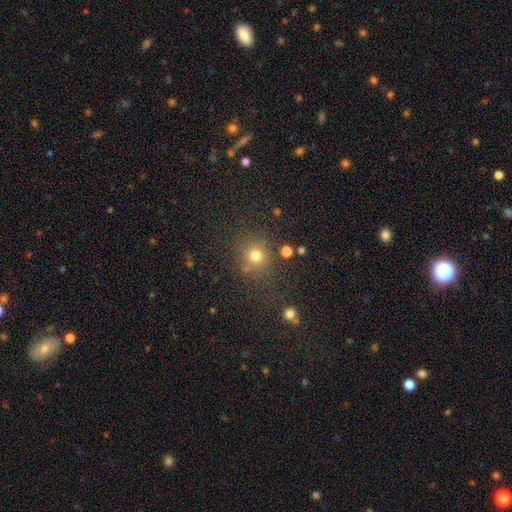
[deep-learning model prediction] The model was most divided on "smooth or featured": smooth: 74%, star or artifact: 18%, featured or disk: 8%. More confident: how rounded — round (84%); merging — none (76%).